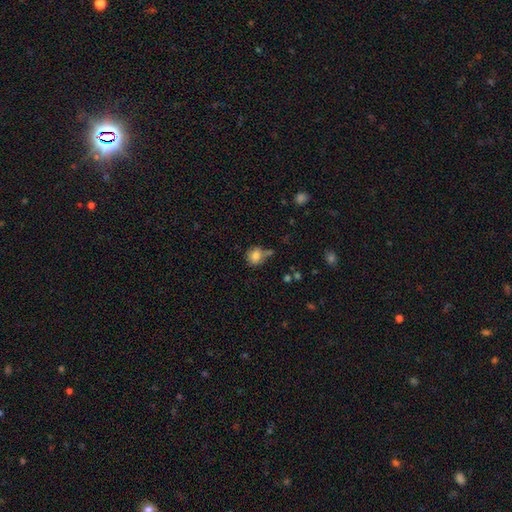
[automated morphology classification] This is clearly a smooth galaxy (81%). How rounded: likely round (76%). Merging: likely none (61%).